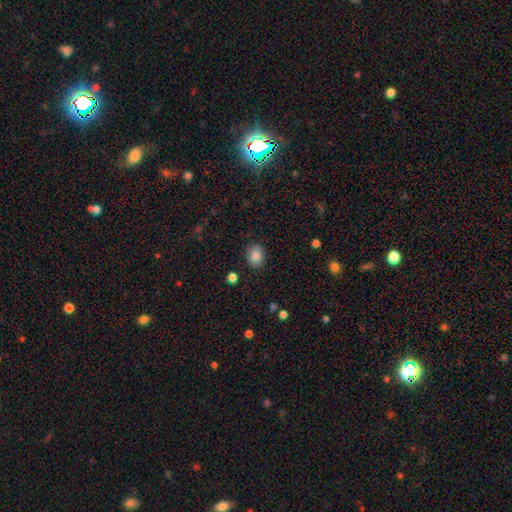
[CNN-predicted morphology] smooth_or_featured: smooth (p=0.86) [alt: star or artifact p=0.09]
how_rounded: in between (p=0.52) [alt: round p=0.47]
merging: none (p=0.86) [alt: minor disturbance p=0.10]